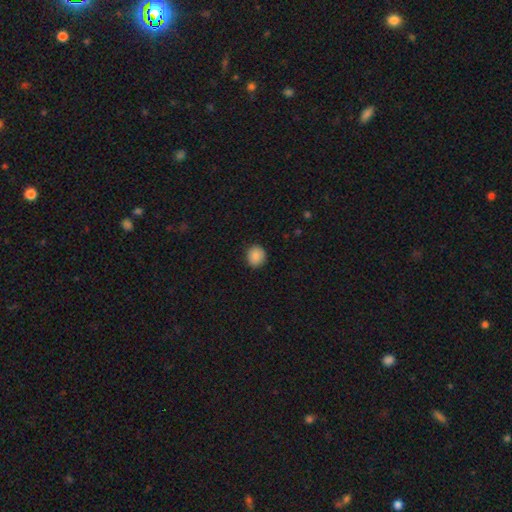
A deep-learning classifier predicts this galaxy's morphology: Smooth or featured?
  - smooth: 88% *
  - star or artifact: 9%
  - featured or disk: 4%
How rounded?
  - round: 86% *
  - in between: 13%
  - cigar-shaped: 1%
Merging?
  - none: 89% *
  - minor disturbance: 8%
  - major disturbance: 2%
  - merger: 1%